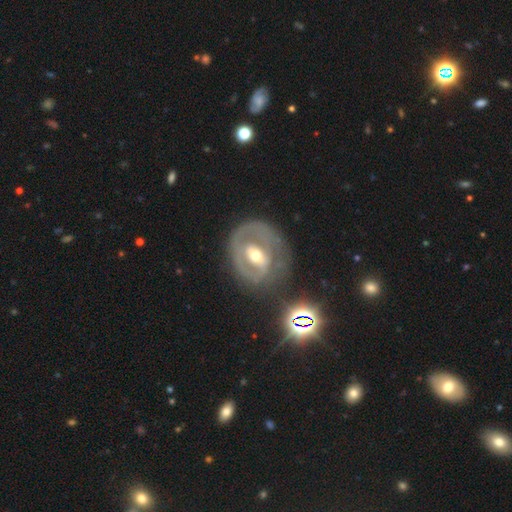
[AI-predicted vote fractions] Smooth or featured? Predicted: featured or disk (p=0.73). Edge-on disk? Predicted: no (p=0.95). Bar? Predicted: weak (p=0.39). Spiral arms? Predicted: yes (p=0.50, tied with no). Bulge size? Predicted: moderate (p=0.69). Merging? Predicted: none (p=0.52).